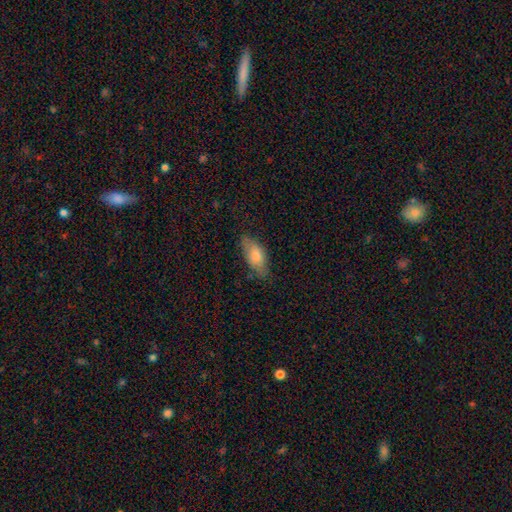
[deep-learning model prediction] A smooth galaxy with no disk features (78%) that is in between round and cigar-shaped (86%). Merging: none (72%).